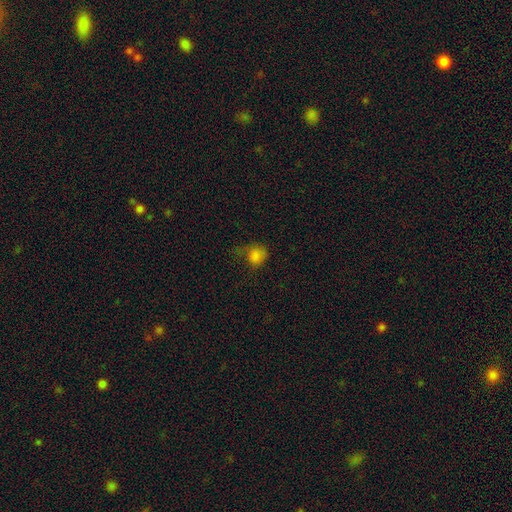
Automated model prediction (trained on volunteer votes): A smooth galaxy with no disk features (78%) that is round (73%).

Vote fractions:
- Smooth or featured? smooth: 78% / star or artifact: 14% / featured or disk: 8%
- How rounded? round: 73% / in between: 26% / cigar-shaped: 1%
- Merging? none: 44% / minor disturbance: 28% / major disturbance: 25% / merger: 3%